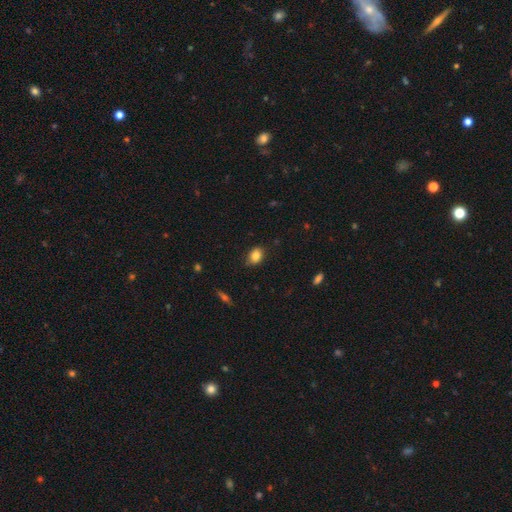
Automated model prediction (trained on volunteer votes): Smooth or featured? Predicted: smooth (p=0.84). How rounded? Predicted: in between (p=0.69). Merging? Predicted: none (p=0.82).